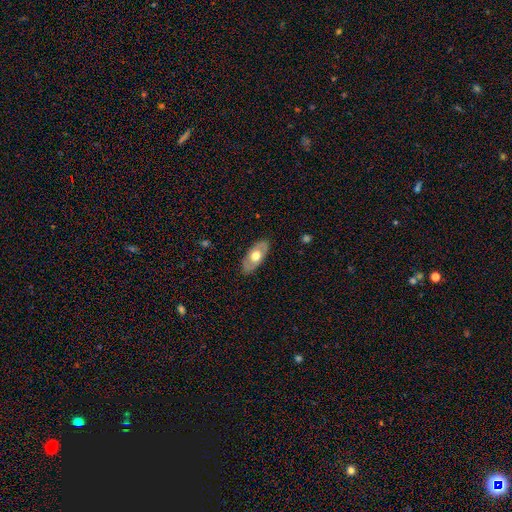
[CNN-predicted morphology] Smooth or featured? Predicted: smooth (p=0.51). How rounded? Predicted: in between (p=0.90). Merging? Predicted: none (p=0.85).